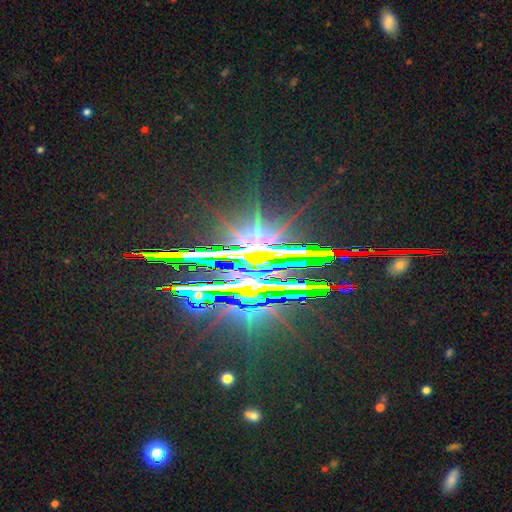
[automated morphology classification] Smooth or featured? star or artifact (78%)